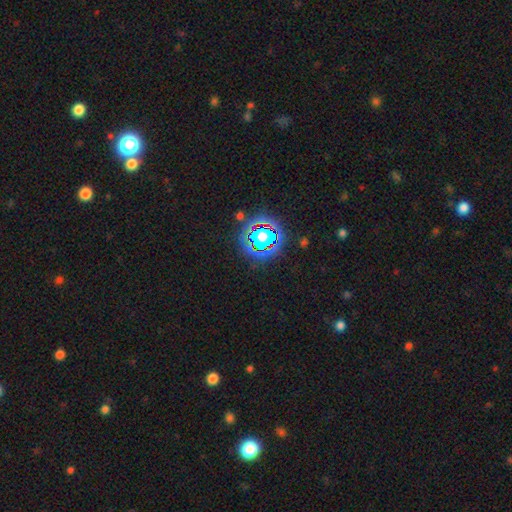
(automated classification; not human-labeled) Smooth or featured: star or artifact — 82% (smooth — 11%)